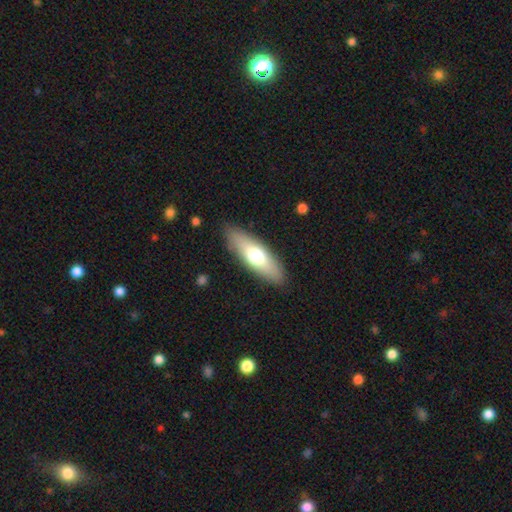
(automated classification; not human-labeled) Smooth or featured?
  - smooth: 64% *
  - featured or disk: 30%
  - star or artifact: 6%
How rounded?
  - in between: 56% *
  - cigar-shaped: 42%
  - round: 2%
Merging?
  - none: 87% *
  - minor disturbance: 9%
  - major disturbance: 3%
  - merger: 1%